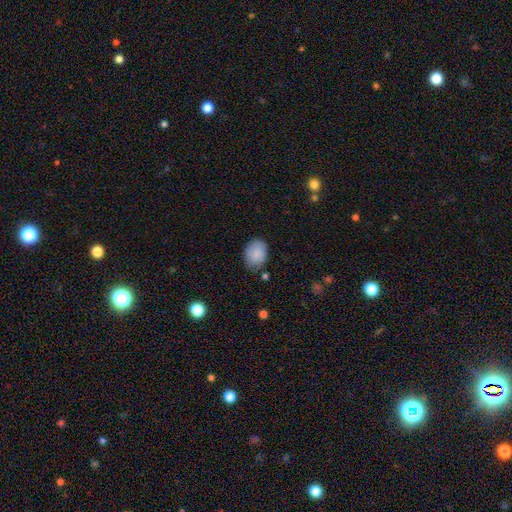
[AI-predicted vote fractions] smooth 86%, star or artifact 7%, featured or disk 7%. Down the decision tree: how rounded — in between (61%); merging — none (76%).